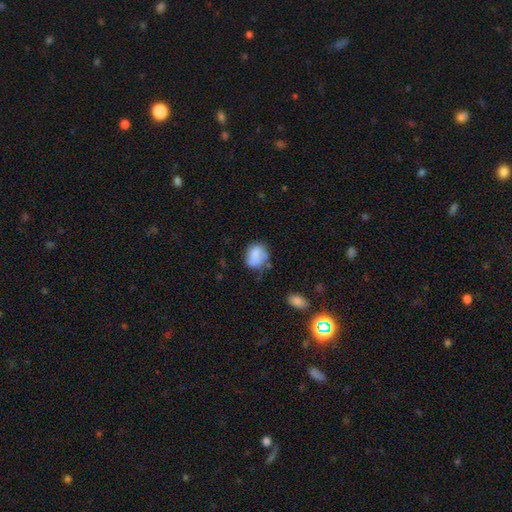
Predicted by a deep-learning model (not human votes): This appears to be a smooth galaxy with no disk features (75%) that is in between round and cigar-shaped (57%). Merging: none (51%).